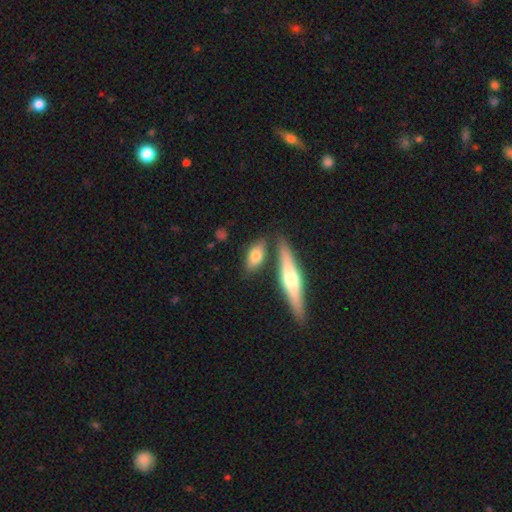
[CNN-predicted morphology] This appears to be a smooth galaxy with no disk features (72%) that is in between round and cigar-shaped (73%). Merging: none (71%).